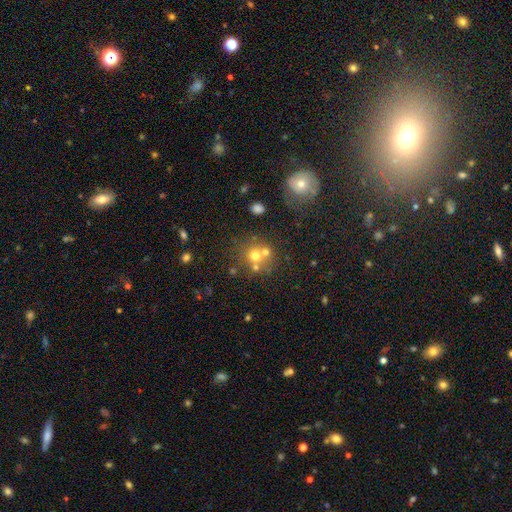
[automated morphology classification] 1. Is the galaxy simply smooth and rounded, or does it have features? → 62% smooth, 20% featured or disk, 18% star or artifact.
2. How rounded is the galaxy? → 86% round, 14% in between, 1% cigar-shaped.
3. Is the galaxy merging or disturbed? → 52% none, 35% merger, 9% minor disturbance, 5% major disturbance.